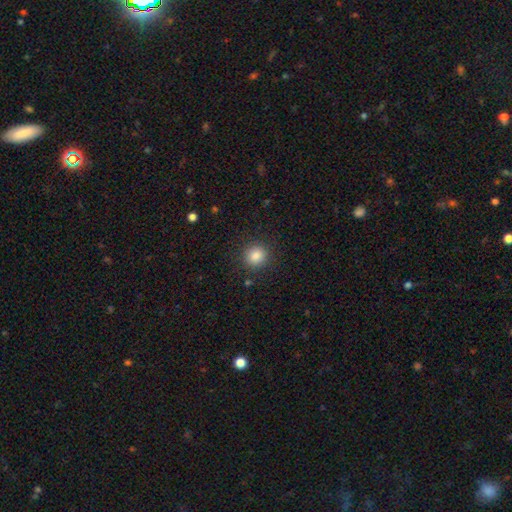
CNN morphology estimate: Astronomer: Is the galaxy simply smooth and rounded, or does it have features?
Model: smooth — 85%.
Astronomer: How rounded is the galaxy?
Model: round — 88%.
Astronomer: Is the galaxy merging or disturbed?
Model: none — 89%.